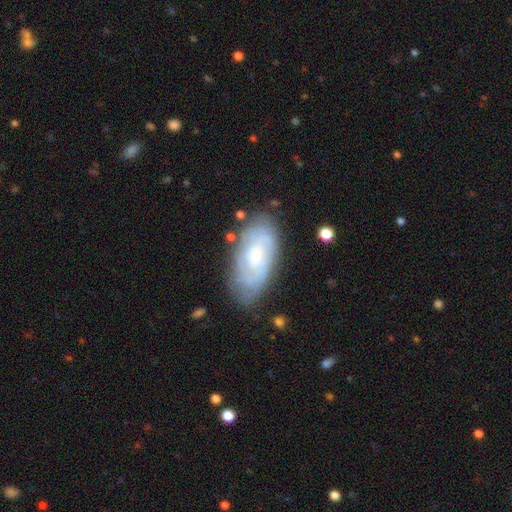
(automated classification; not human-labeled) Overall: featured or disk (65%; smooth 29%). Edge-on disk: no (93%). Bar: no (64%; weak 31%). Spiral arms: yes (85%). Spiral arm count: can't tell (51%; 2 26%). Spiral winding: tight (62%; medium 29%). Bulge size: small (44%; moderate 37%). Merging: none (72%).